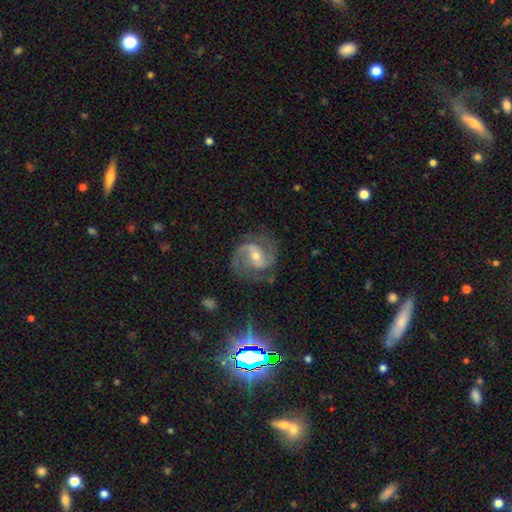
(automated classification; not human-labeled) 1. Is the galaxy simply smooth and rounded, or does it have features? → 89% featured or disk, 6% star or artifact, 5% smooth.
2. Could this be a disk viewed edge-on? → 98% no, 2% yes.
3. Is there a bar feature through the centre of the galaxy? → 45% weak, 29% strong, 26% no.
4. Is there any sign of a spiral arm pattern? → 97% yes, 3% no.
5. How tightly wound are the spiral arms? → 58% medium, 24% loose, 17% tight.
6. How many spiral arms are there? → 87% 2, 5% 3, 3% can't tell, 2% 1, 1% 4, 1% more than 4.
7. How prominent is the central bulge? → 50% moderate, 46% small, 2% large, 1% none, 1% dominant.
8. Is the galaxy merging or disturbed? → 75% none, 16% minor disturbance, 8% major disturbance, 2% merger.